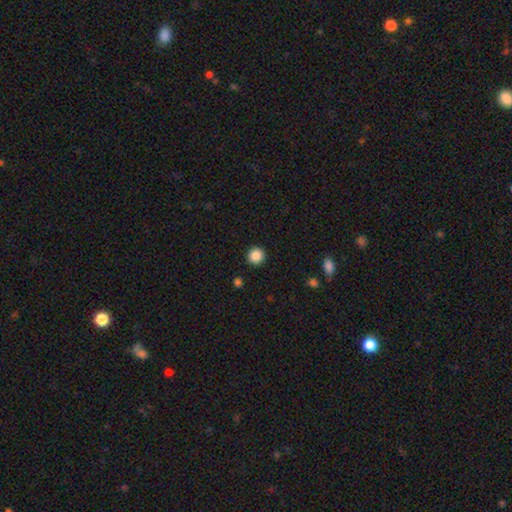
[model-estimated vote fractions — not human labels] The model was most divided on "smooth or featured": smooth: 87%, star or artifact: 10%, featured or disk: 3%. More confident: how rounded — round (94%); merging — none (92%).